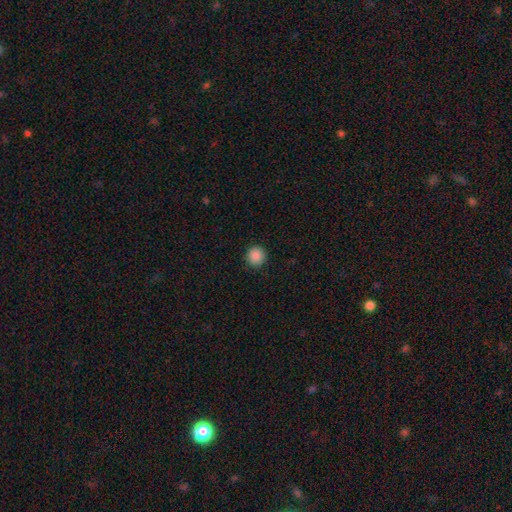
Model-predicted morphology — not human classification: Smooth or featured? smooth (88%)
How rounded? round (94%)
Merging? none (91%)